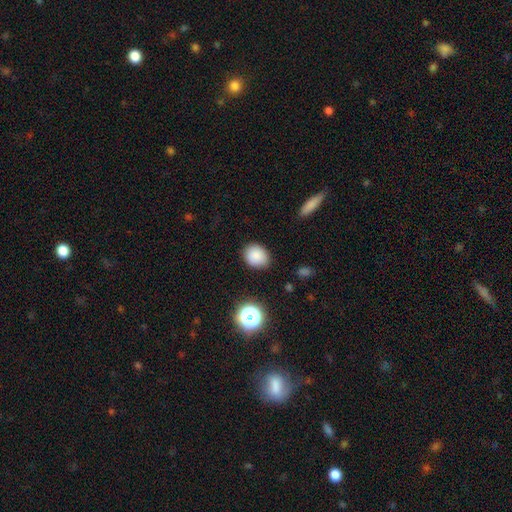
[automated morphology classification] Smooth or featured?
  - smooth: 85% *
  - star or artifact: 10%
  - featured or disk: 5%
How rounded?
  - round: 57% *
  - in between: 42%
  - cigar-shaped: 1%
Merging?
  - none: 81% *
  - minor disturbance: 14%
  - major disturbance: 3%
  - merger: 2%